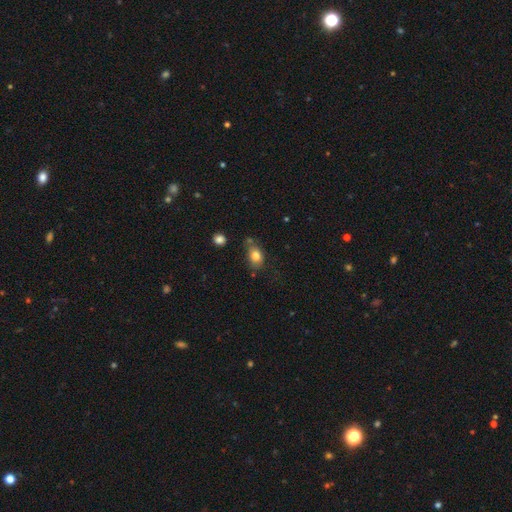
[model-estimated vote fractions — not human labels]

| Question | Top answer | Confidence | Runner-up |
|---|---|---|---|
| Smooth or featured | smooth | 81% | star or artifact (10%) |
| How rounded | in between | 72% | round (26%) |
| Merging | none | 62% | minor disturbance (21%) |